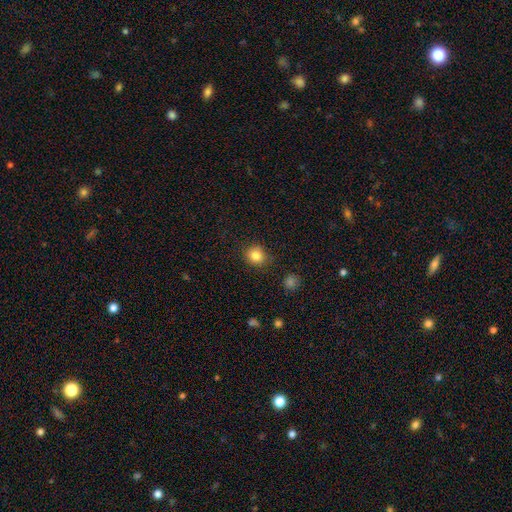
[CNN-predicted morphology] type=smooth (84%); roundness=round (85%); merging=none (85%).